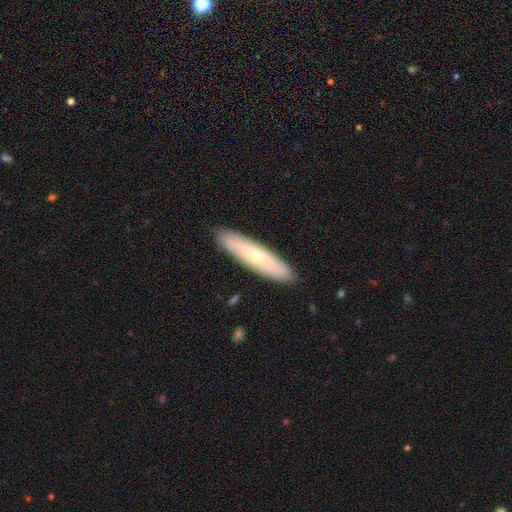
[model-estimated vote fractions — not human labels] Overall: smooth (51%; featured or disk 44%). How rounded: cigar-shaped (80%). Merging: none (89%).